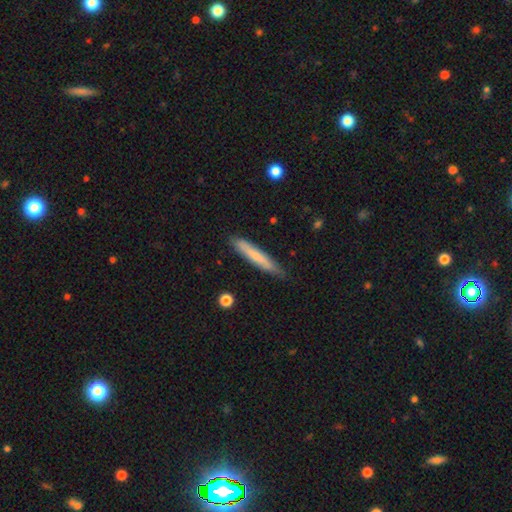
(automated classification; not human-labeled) This is likely a smooth galaxy (66%). How rounded: clearly cigar-shaped (93%). Merging: clearly none (82%).